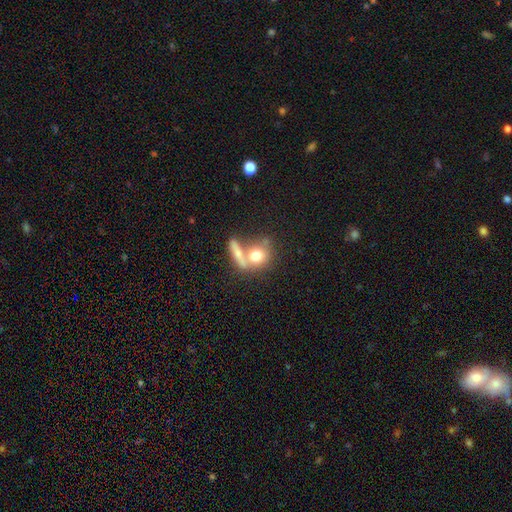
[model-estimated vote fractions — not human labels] smooth-or-featured: smooth: 71% | featured or disk: 20% | star or artifact: 8%
  how-rounded: round: 64% | in between: 29% | cigar-shaped: 7%
  merging: merger: 47% | none: 37% | minor disturbance: 9% | major disturbance: 6%